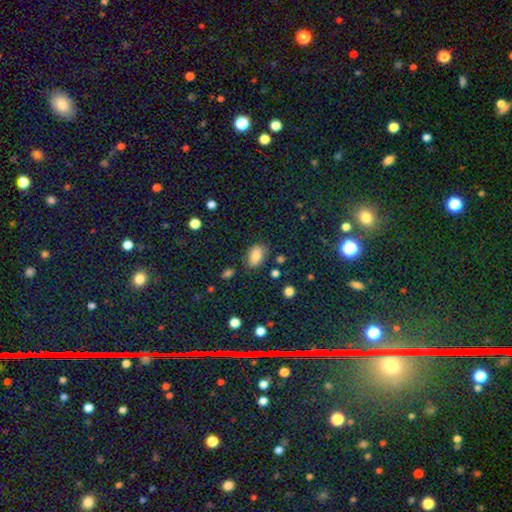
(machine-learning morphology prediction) Smooth or featured? Predicted: smooth (p=0.82). How rounded? Predicted: in between (p=0.86). Merging? Predicted: none (p=0.75).